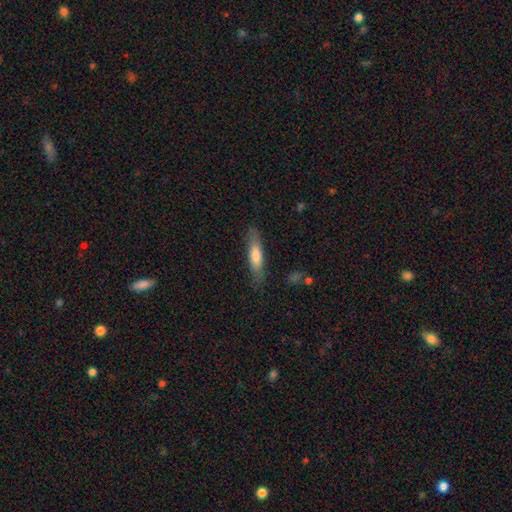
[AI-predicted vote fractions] Morphology: type=smooth (67%); roundness=cigar-shaped (74%); merging=none (81%).